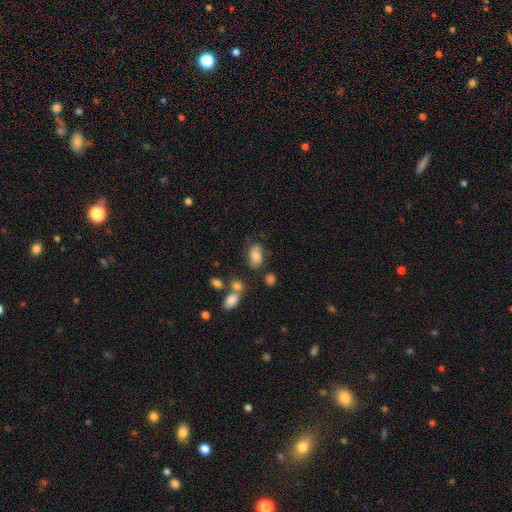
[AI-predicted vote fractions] Morphology: type=smooth (77%); roundness=in between (90%); merging=none (58%).